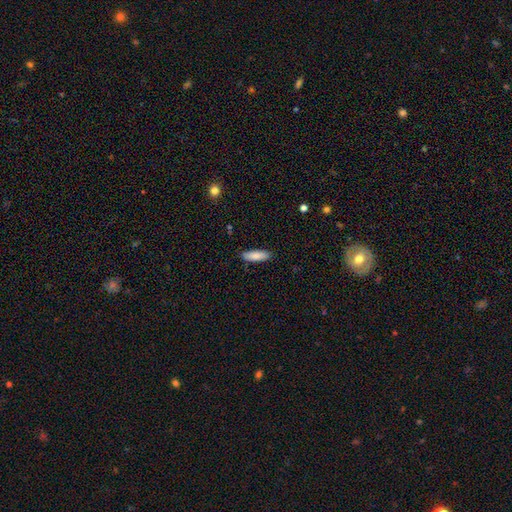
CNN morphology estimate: This appears to be a smooth galaxy with no disk features (85%) that is cigar-shaped (52%). Merging: none (87%).